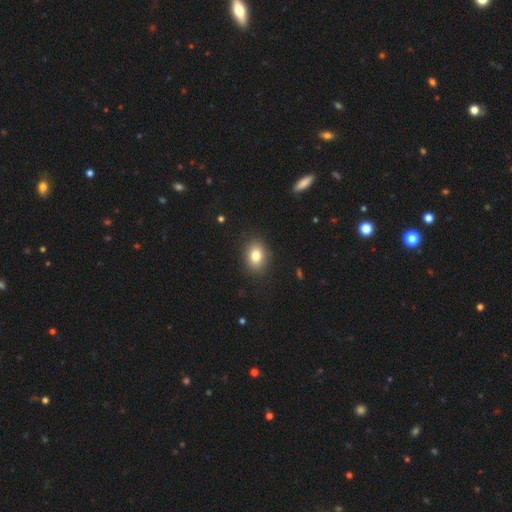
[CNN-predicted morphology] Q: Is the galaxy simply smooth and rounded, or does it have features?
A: smooth — 81%.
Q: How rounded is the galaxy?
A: in between — 59%.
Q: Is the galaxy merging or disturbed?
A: none — 88%.